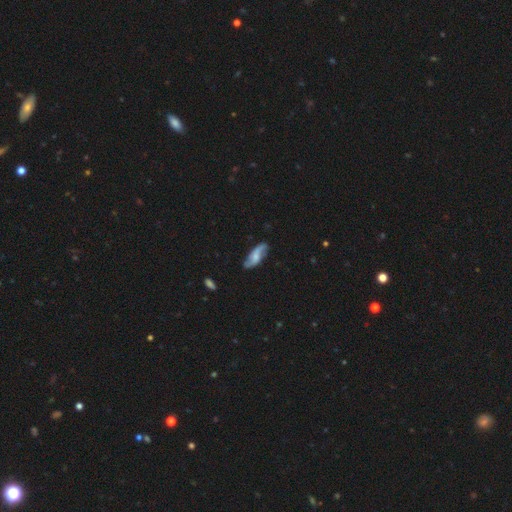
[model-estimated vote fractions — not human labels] Smooth or featured? Predicted: featured or disk (p=0.68). Edge-on disk? Predicted: no (p=0.89). Bar? Predicted: no (p=0.53). Spiral arms? Predicted: yes (p=0.94). Spiral winding? Predicted: loose (p=0.62). Spiral arm count? Predicted: 2 (p=0.89). Bulge size? Predicted: moderate (p=0.35). Merging? Predicted: none (p=0.76).